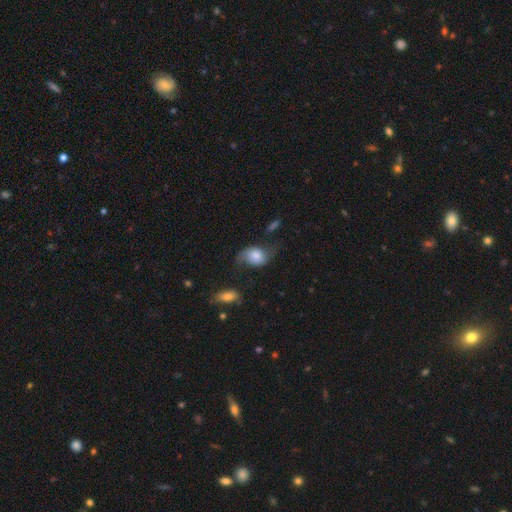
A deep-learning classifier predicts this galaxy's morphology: Smooth or featured?
  - smooth: 47% *
  - featured or disk: 44%
  - star or artifact: 8%
Merging?
  - none: 46% *
  - minor disturbance: 28%
  - major disturbance: 20%
  - merger: 5%